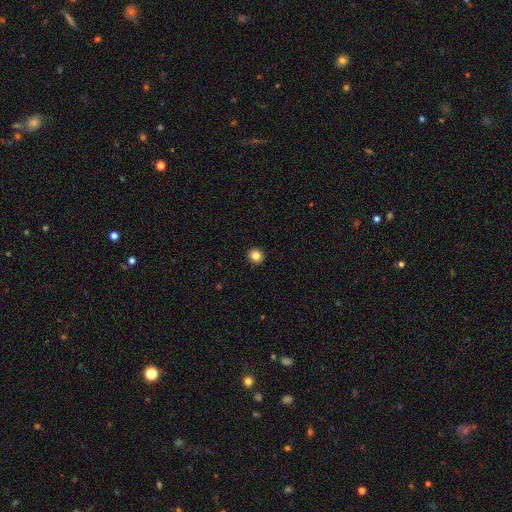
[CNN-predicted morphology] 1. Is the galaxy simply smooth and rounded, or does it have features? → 84% smooth, 11% star or artifact, 5% featured or disk.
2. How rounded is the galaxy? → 89% round, 10% in between, 1% cigar-shaped.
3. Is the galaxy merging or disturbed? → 93% none, 4% minor disturbance, 1% major disturbance, 1% merger.